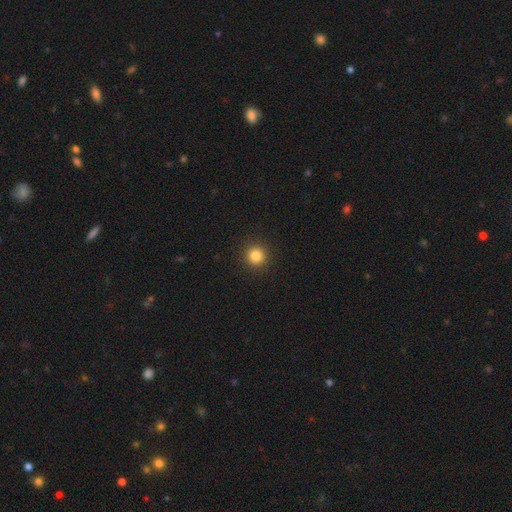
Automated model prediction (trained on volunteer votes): The model was most divided on "smooth or featured": smooth: 84%, star or artifact: 12%, featured or disk: 4%. More confident: how rounded — round (95%); merging — none (93%).